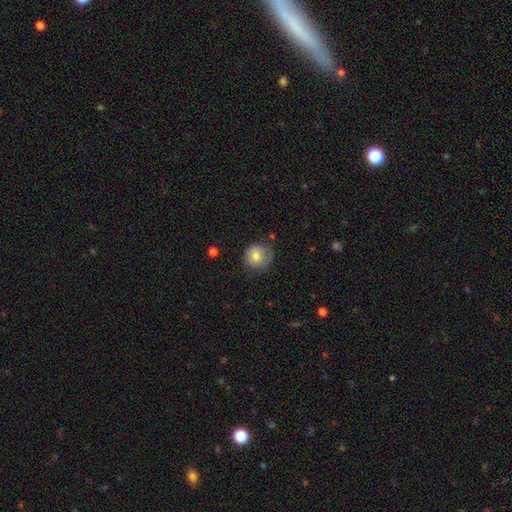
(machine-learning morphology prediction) Overall: smooth (78%). How rounded: round (86%). Merging: none (66%).